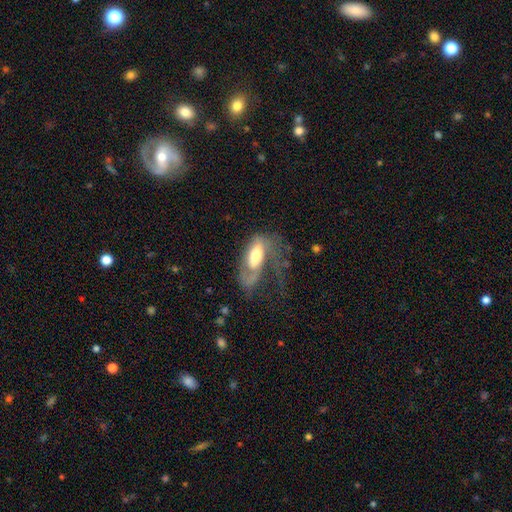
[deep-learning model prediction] smooth_or_featured: featured or disk (p=0.50) [alt: smooth p=0.44]
merging: major disturbance (p=0.52) [alt: none p=0.25]